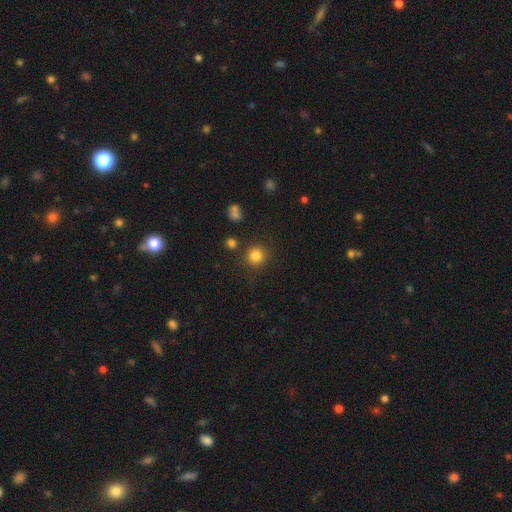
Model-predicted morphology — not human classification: smooth 83%, star or artifact 12%, featured or disk 5%. Down the decision tree: how rounded — round (93%); merging — none (86%).